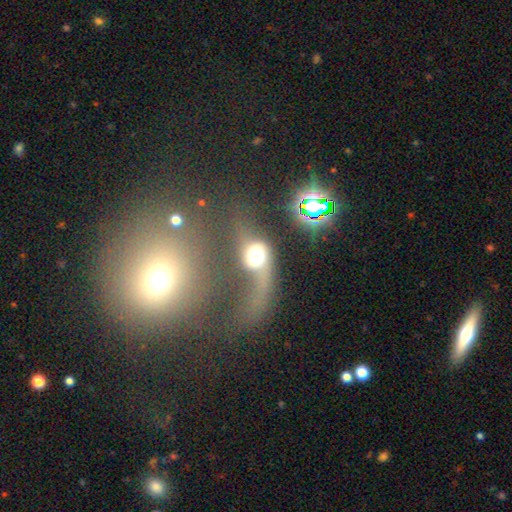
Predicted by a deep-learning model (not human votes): This is possibly a smooth galaxy (48%). Merging: possibly major disturbance (47%).